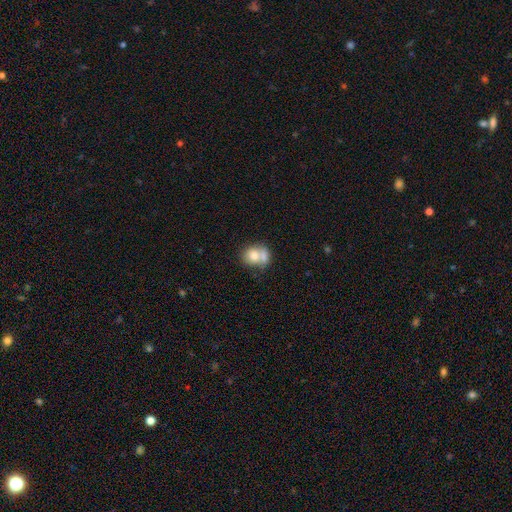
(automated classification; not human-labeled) Morphology: type=smooth (73%); roundness=round (58%); merging=merger (54%).